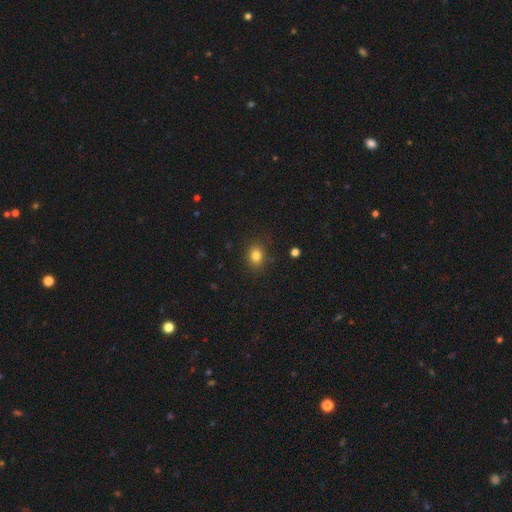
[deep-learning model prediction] This appears to be a smooth galaxy with no disk features (82%) that is round (58%). Merging: none (86%).